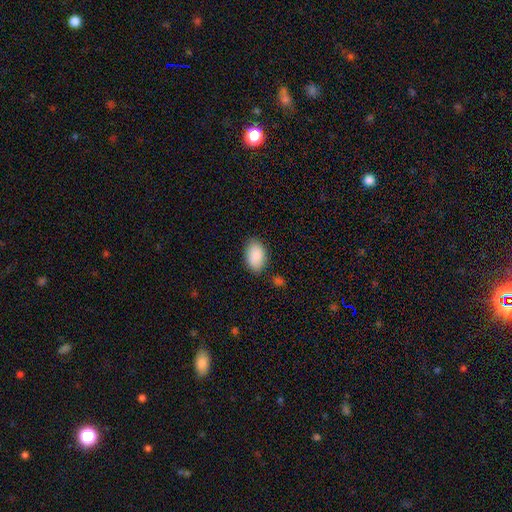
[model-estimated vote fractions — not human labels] A smooth galaxy with no disk features (90%) that is in between round and cigar-shaped (92%).

Vote fractions:
- Smooth or featured? smooth: 90% / star or artifact: 6% / featured or disk: 4%
- How rounded? in between: 92% / round: 7% / cigar-shaped: 1%
- Merging? none: 82% / minor disturbance: 13% / major disturbance: 3% / merger: 2%